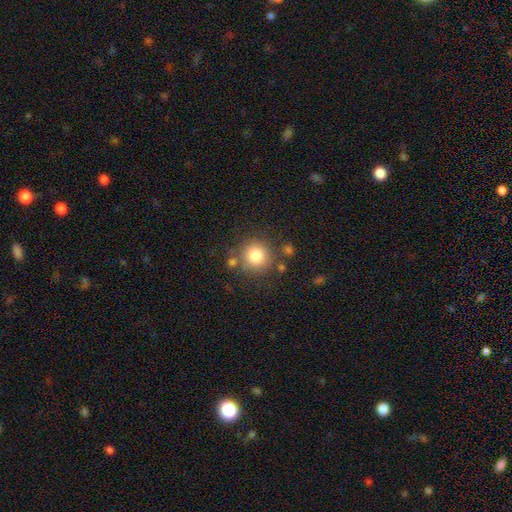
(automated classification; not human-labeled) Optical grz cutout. It shows a smooth galaxy with no disk features (81%) that is round (92%). Merging: none (78%).